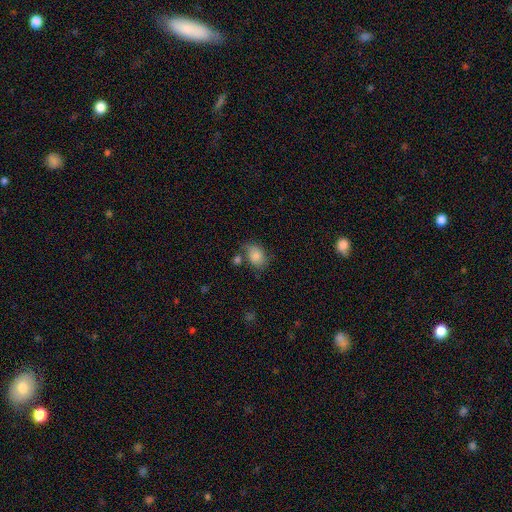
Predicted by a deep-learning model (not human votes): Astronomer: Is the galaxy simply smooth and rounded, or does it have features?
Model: smooth — 81%.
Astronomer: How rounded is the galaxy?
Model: in between — 72%.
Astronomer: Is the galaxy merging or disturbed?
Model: none — 54%.